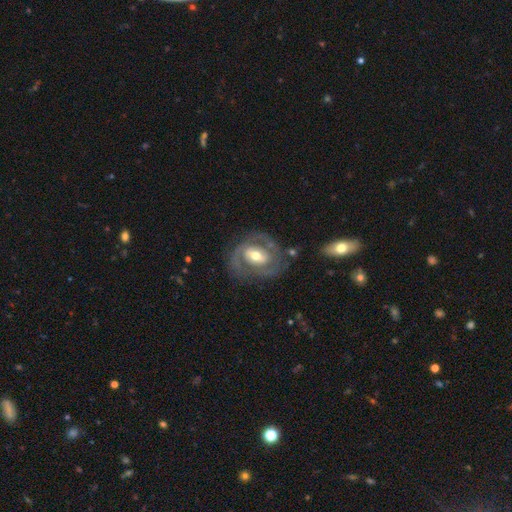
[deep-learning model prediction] This appears to be a featured or disk galaxy (80%) with a weak bar (39%), 2 (70%) tight (46%) spiral arms (78%) and a moderate central bulge (70%). Merging: none (68%).